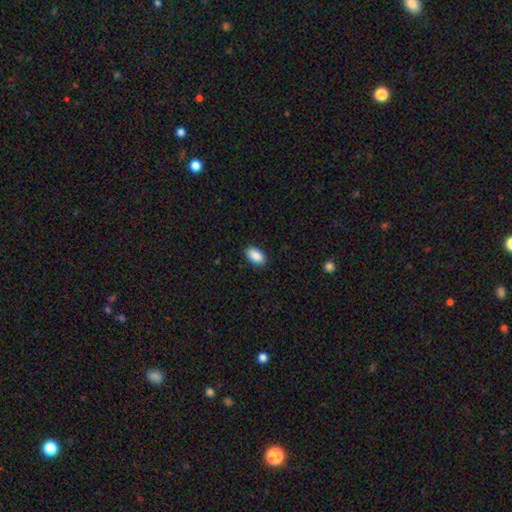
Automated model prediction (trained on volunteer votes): Morphology: type=smooth (90%); roundness=in between (94%); merging=none (89%).